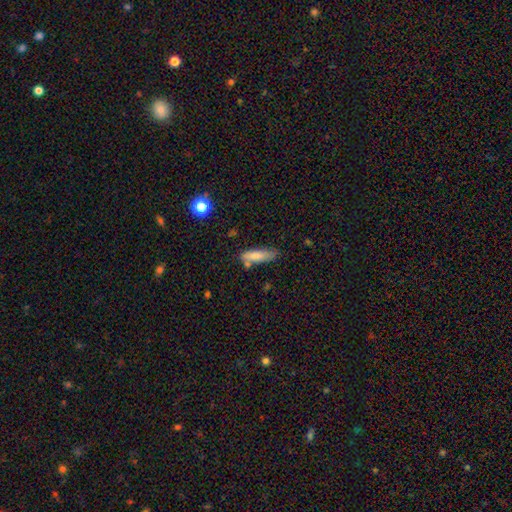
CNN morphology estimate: Overall: smooth (80%). How rounded: cigar-shaped (65%; in between 33%). Merging: none (62%; minor disturbance 22%).